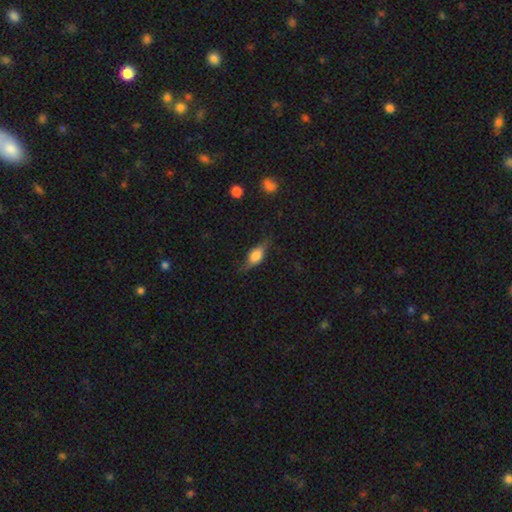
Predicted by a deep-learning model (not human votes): The model was most divided on "smooth or featured": smooth: 48%, featured or disk: 44%, star or artifact: 8%. More confident: merging — none (71%).